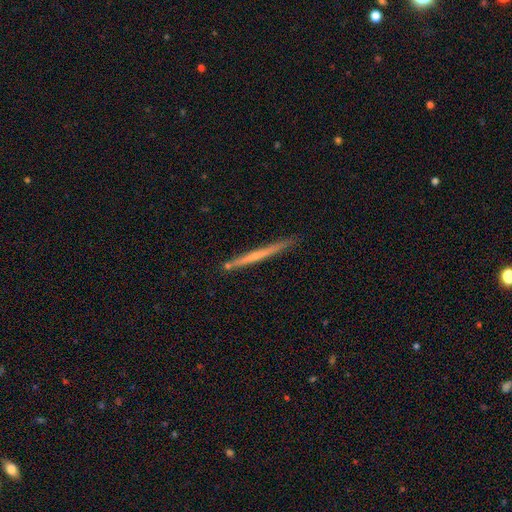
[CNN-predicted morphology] type=featured or disk (51%); edge-on=yes (97%); merging=none (83%).